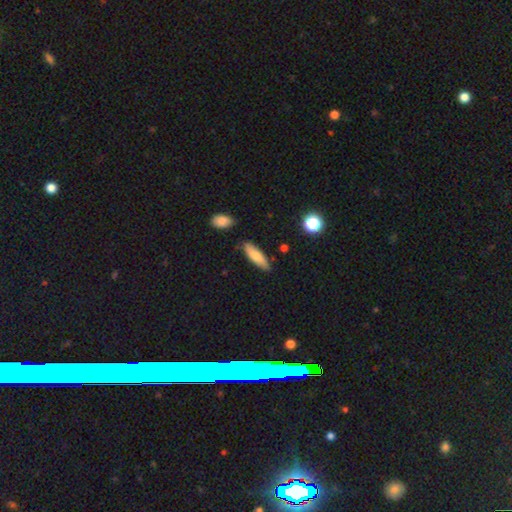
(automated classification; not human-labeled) Overall: smooth (76%). How rounded: in between (50%; cigar-shaped 48%). Merging: none (80%).